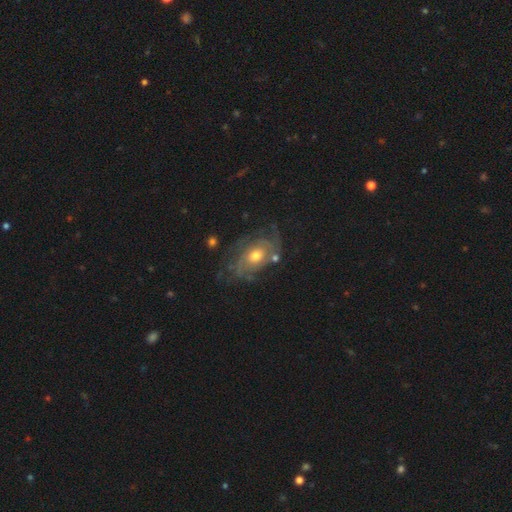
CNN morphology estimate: This is likely a featured or disk galaxy (76%). It is clearly not viewed edge-on (96%). Bar: likely no (77%). Spiral arm pattern: clearly yes (84%). Spiral arm count: marginally can't tell (41%). Spiral winding: possibly tight (46%). Central bulge: likely moderate (69%). Merging: likely none (60%).